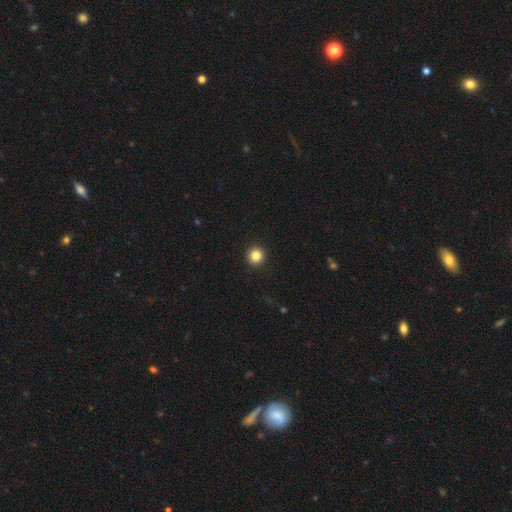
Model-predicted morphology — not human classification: smooth 84%, star or artifact 11%, featured or disk 5%. Down the decision tree: how rounded — round (96%); merging — none (94%).